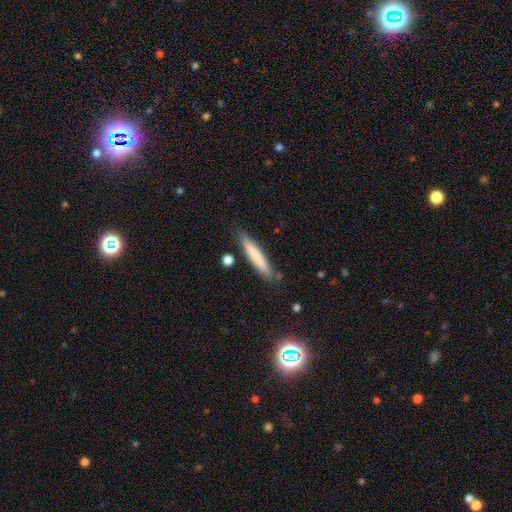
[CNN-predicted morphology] Smooth or featured? smooth (73%)
How rounded? cigar-shaped (93%)
Merging? none (84%)